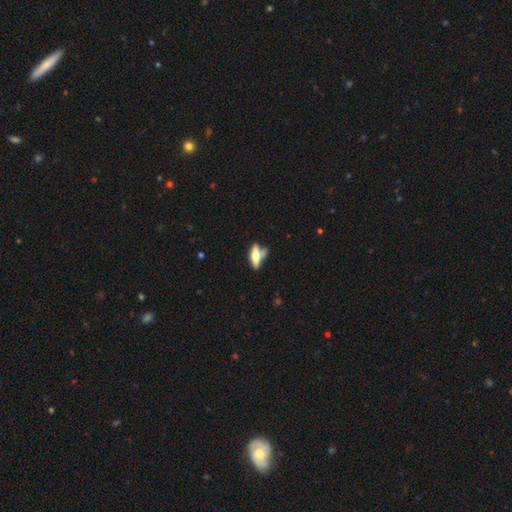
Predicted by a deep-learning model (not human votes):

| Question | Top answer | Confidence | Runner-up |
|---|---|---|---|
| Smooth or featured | smooth | 47% | featured or disk (46%) |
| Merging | none | 50% | merger (25%) |